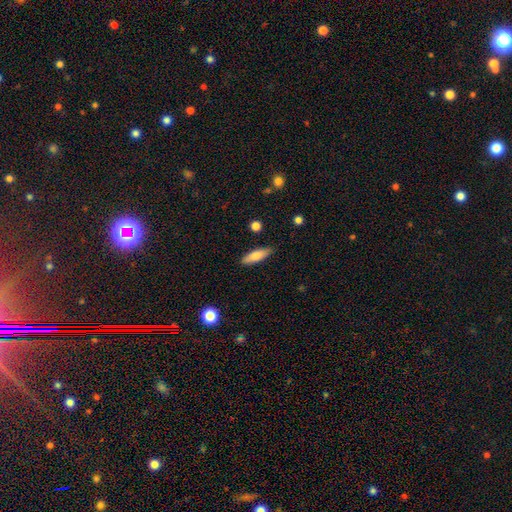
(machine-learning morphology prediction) smooth-or-featured: smooth: 75% | featured or disk: 18% | star or artifact: 6%
  how-rounded: cigar-shaped: 49% | in between: 48% | round: 2%
  merging: none: 86% | minor disturbance: 11% | major disturbance: 2% | merger: 2%